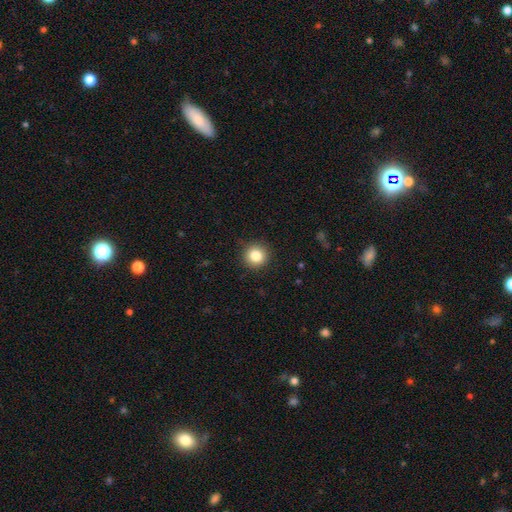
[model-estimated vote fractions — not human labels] A smooth galaxy with no disk features (84%) that is round (93%).

Vote fractions:
- Smooth or featured? smooth: 84% / star or artifact: 10% / featured or disk: 6%
- How rounded? round: 93% / in between: 6% / cigar-shaped: 1%
- Merging? none: 91% / minor disturbance: 6% / major disturbance: 2% / merger: 1%